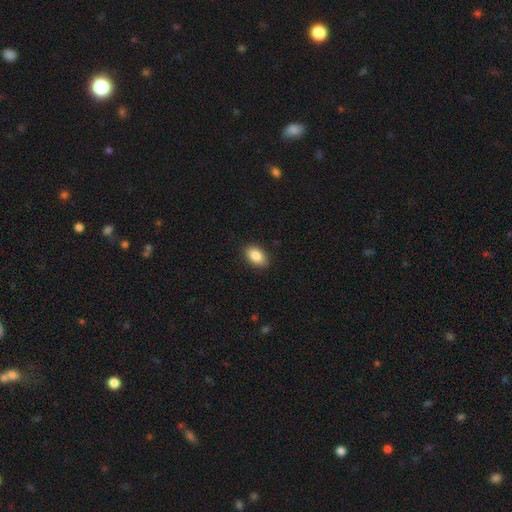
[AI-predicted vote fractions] A smooth galaxy with no disk features (87%) that is in between round and cigar-shaped (90%).

Vote fractions:
- Smooth or featured? smooth: 87% / star or artifact: 7% / featured or disk: 6%
- How rounded? in between: 90% / round: 8% / cigar-shaped: 1%
- Merging? none: 89% / minor disturbance: 8% / major disturbance: 2% / merger: 1%